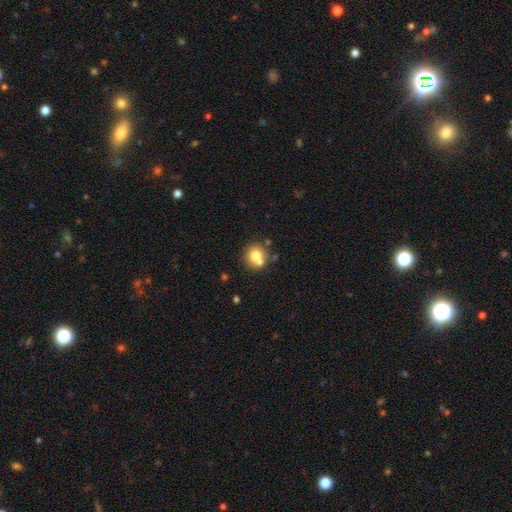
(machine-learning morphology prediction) smooth 72%, featured or disk 17%, star or artifact 11%. Down the decision tree: how rounded — round (84%); merging — none (55%).